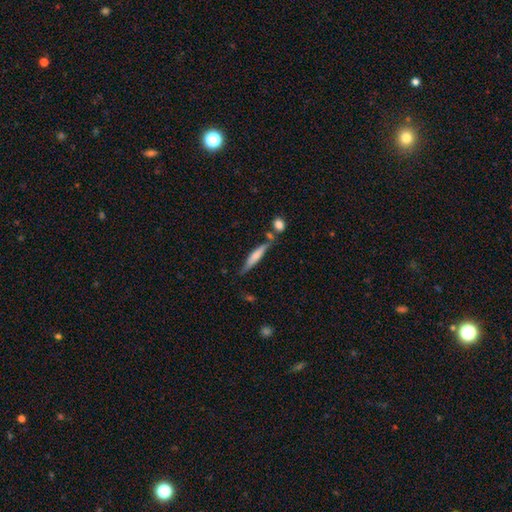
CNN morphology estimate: smooth 58%, featured or disk 36%, star or artifact 6%. Down the decision tree: how rounded — cigar-shaped (88%); merging — none (67%).